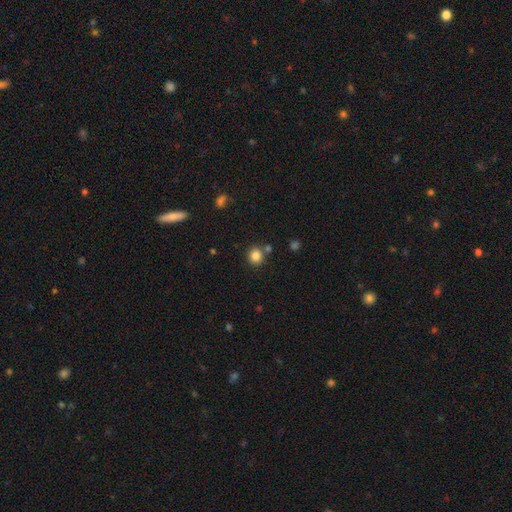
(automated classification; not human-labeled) This is clearly a smooth galaxy (84%). How rounded: clearly round (85%). Merging: likely none (78%).